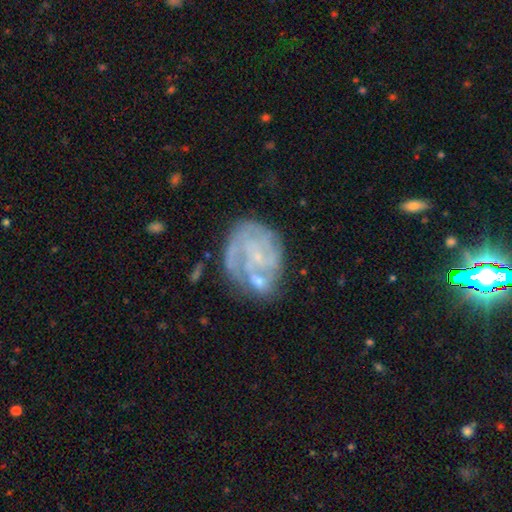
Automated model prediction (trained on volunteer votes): Smooth or featured: featured or disk — 76% (smooth — 16%)
Edge-on disk: no — 98% (yes — 2%)
Bar: no — 65% (weak — 29%)
Spiral arms: yes — 81% (no — 19%)
Spiral winding: tight — 56% (medium — 32%)
Spiral arm count: can't tell — 40% (3 — 20%)
Bulge size: small — 69% (none — 17%)
Merging: none — 49% (minor disturbance — 21%)